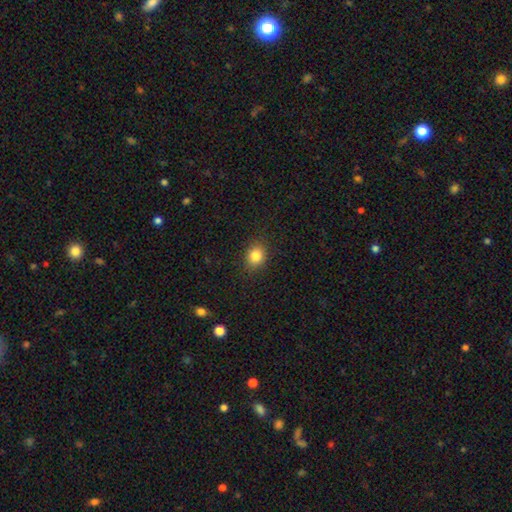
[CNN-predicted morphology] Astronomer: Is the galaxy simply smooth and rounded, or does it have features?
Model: smooth — 84%.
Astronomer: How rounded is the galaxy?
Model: round — 68%.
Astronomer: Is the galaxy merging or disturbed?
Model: none — 88%.